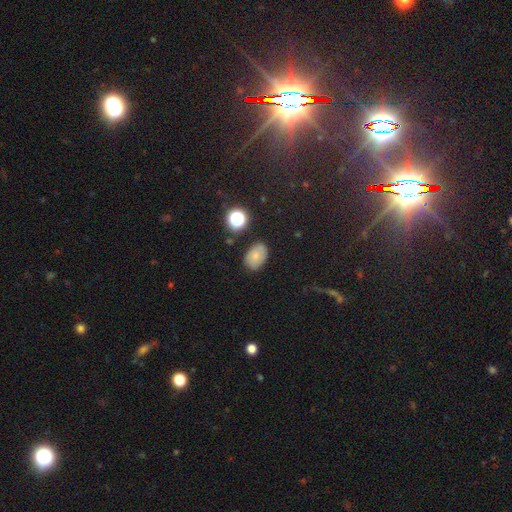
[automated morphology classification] type=smooth (70%); roundness=in between (77%); merging=none (75%).